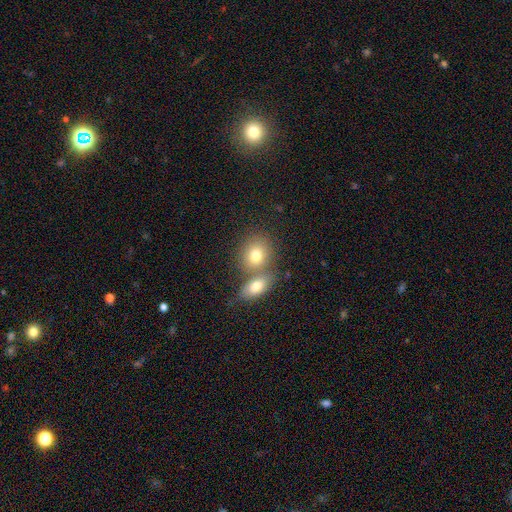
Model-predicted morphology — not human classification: smooth_or_featured: smooth (p=0.78) [alt: featured or disk p=0.13]
how_rounded: in between (p=0.51) [alt: round p=0.48]
merging: merger (p=0.46) [alt: none p=0.42]